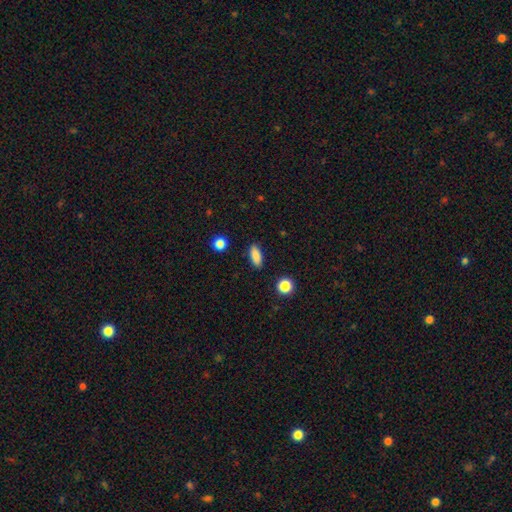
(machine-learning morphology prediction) A smooth galaxy with no disk features (86%) that is in between round and cigar-shaped (74%).

Vote fractions:
- Smooth or featured? smooth: 86% / star or artifact: 8% / featured or disk: 5%
- How rounded? in between: 74% / cigar-shaped: 22% / round: 4%
- Merging? none: 88% / minor disturbance: 8% / major disturbance: 2% / merger: 1%